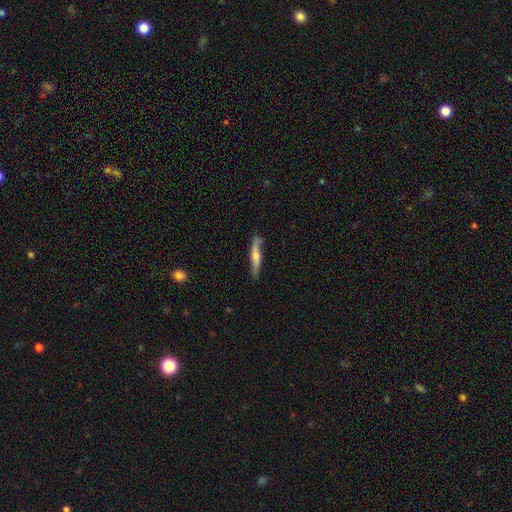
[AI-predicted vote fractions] Smooth or featured?
  - smooth: 48% *
  - featured or disk: 46%
  - star or artifact: 5%
Merging?
  - none: 76% *
  - minor disturbance: 18%
  - major disturbance: 4%
  - merger: 2%